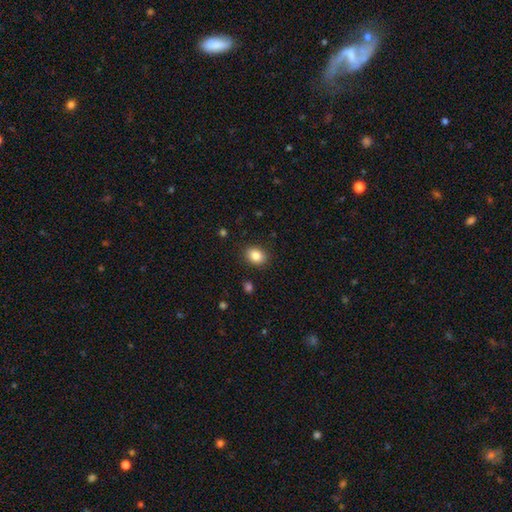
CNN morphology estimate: The model was most divided on "how rounded": in between: 57%, round: 42%, cigar-shaped: 1%. More confident: merging — none (88%); smooth or featured — smooth (86%).